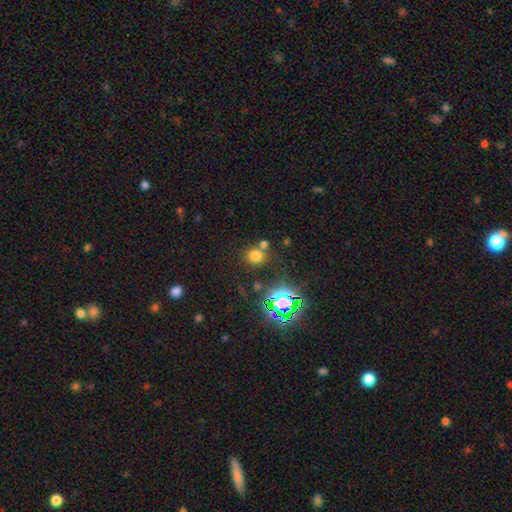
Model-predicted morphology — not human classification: smooth_or_featured: smooth (p=0.68) [alt: star or artifact p=0.25]
how_rounded: round (p=0.81) [alt: in between p=0.18]
merging: none (p=0.68) [alt: merger p=0.19]